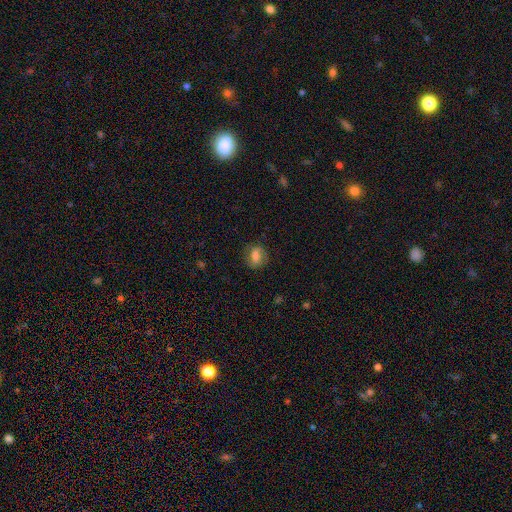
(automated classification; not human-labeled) This is possibly a smooth galaxy (57%). How rounded: possibly in between (52%). Merging: likely none (76%).